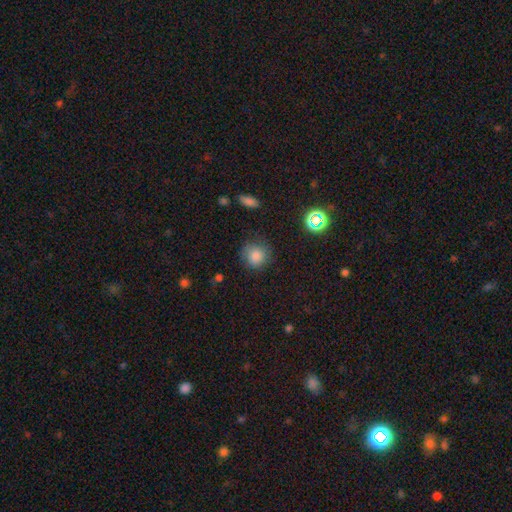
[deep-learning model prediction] The model was most divided on "merging": none: 80%, minor disturbance: 14%, major disturbance: 4%, merger: 2%. More confident: how rounded — round (90%); smooth or featured — smooth (82%).